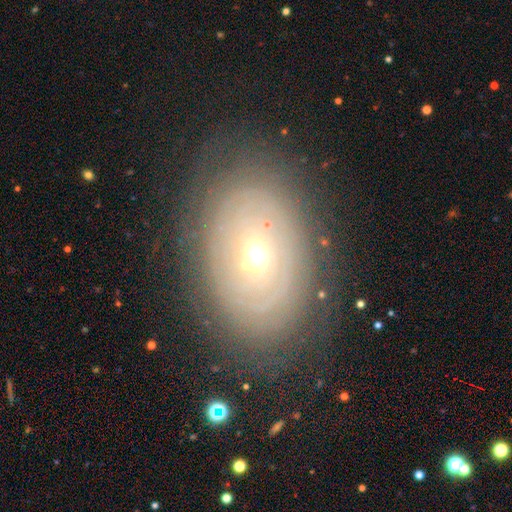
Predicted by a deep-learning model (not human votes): featured or disk 64%, smooth 26%, star or artifact 10%. Down the decision tree: edge-on disk — no (93%); bar — no (75%); spiral arms — yes (57%); bulge size — moderate (59%); merging — none (82%).